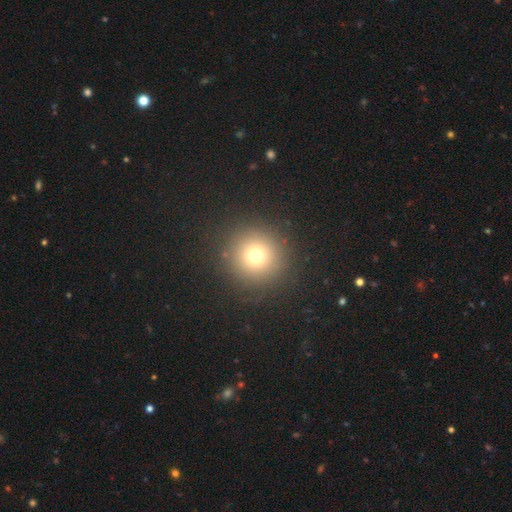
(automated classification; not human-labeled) Smooth or featured? smooth (71%)
How rounded? round (95%)
Merging? none (89%)